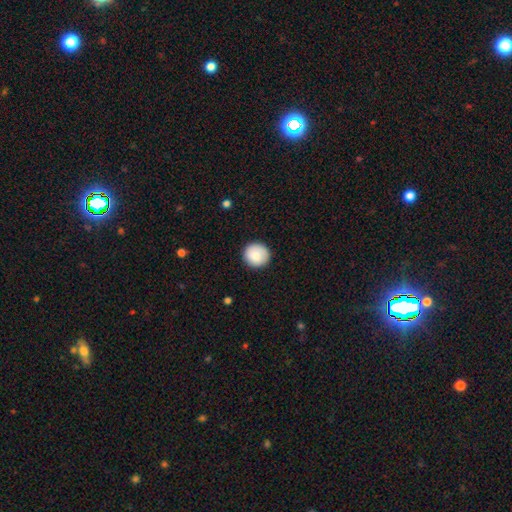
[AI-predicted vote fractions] smooth_or_featured: smooth (p=0.83) [alt: featured or disk p=0.10]
how_rounded: round (p=0.93) [alt: in between p=0.07]
merging: none (p=0.89) [alt: minor disturbance p=0.08]